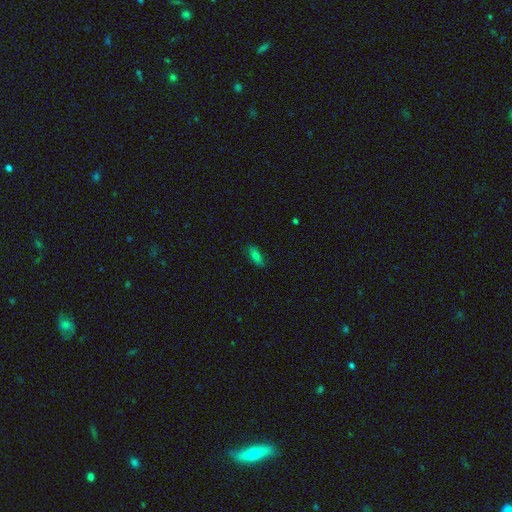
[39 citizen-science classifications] Smooth or featured: smooth — 90% (star or artifact — 8%)
How rounded: in between — 80% (cigar-shaped — 20%)
Merging: none — 86% (minor disturbance — 14%)